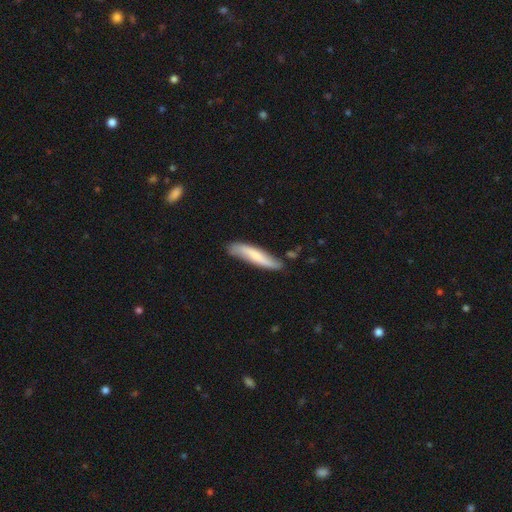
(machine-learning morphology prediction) This appears to be a smooth galaxy with no disk features (61%) that is cigar-shaped (85%). Merging: none (69%).